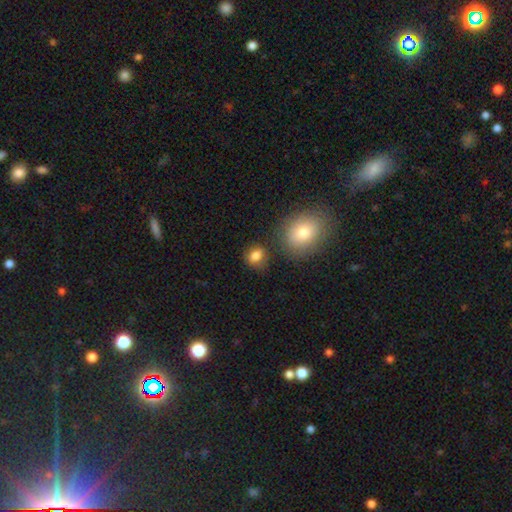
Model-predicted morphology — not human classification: Overall: smooth (82%). How rounded: round (51%; in between 48%). Merging: none (68%).